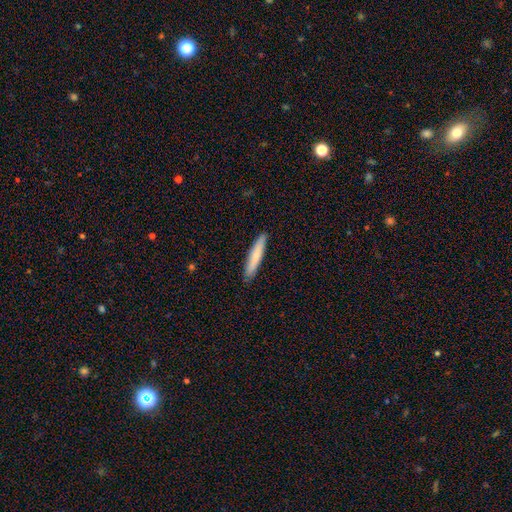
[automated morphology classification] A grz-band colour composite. It shows a smooth galaxy with no disk features (77%) that is cigar-shaped (93%). Merging: none (91%).